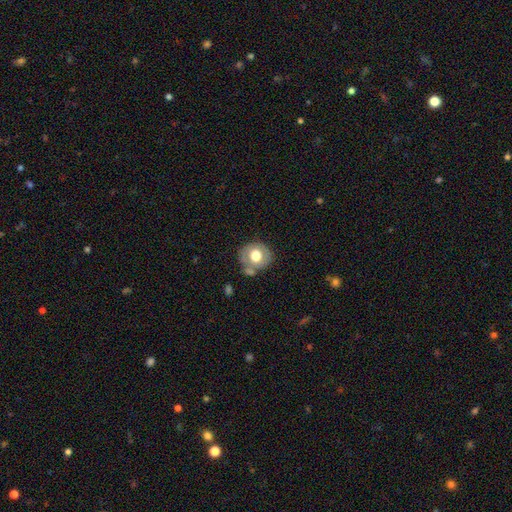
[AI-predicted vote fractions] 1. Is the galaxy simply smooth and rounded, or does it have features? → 61% smooth, 31% featured or disk, 8% star or artifact.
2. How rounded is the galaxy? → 81% round, 18% in between, 1% cigar-shaped.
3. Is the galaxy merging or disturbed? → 64% none, 19% minor disturbance, 12% merger, 6% major disturbance.